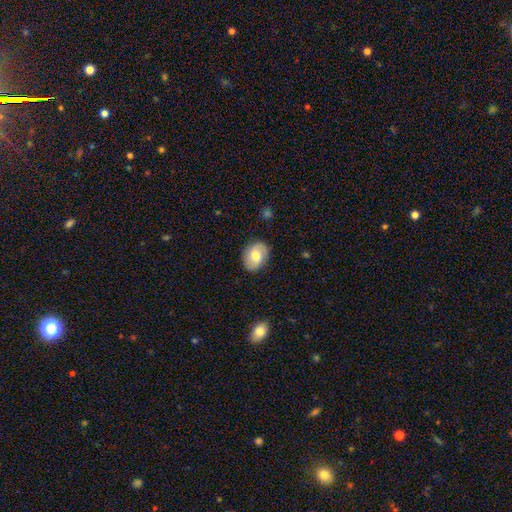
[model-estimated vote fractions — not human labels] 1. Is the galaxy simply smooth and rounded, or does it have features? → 61% smooth, 32% featured or disk, 7% star or artifact.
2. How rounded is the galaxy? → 68% in between, 31% round, 1% cigar-shaped.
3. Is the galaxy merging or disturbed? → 83% none, 13% minor disturbance, 3% major disturbance, 1% merger.